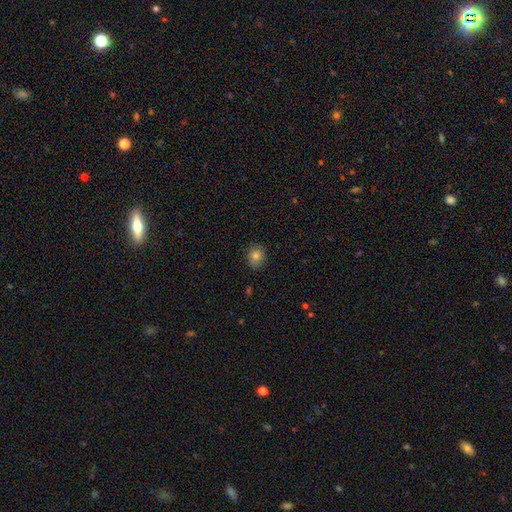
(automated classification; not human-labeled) This appears to be a smooth galaxy with no disk features (83%) that is round (74%). Merging: none (87%).